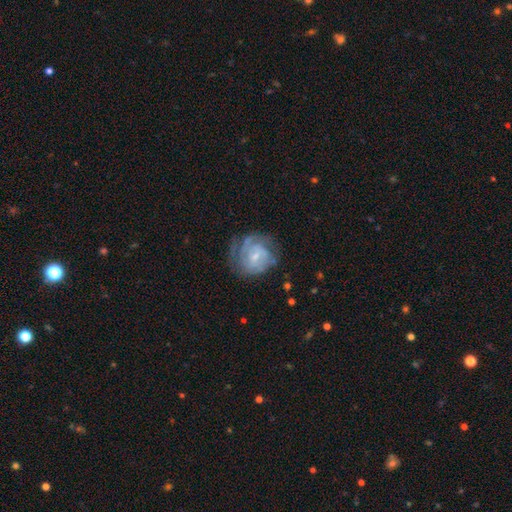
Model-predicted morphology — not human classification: A featured or disk galaxy (69%) with a weak bar (50%), tight (56%) spiral arms (80%) and a small central bulge (59%).

Vote fractions:
- Smooth or featured? featured or disk: 69% / smooth: 24% / star or artifact: 7%
- Edge-on disk? no: 98% / yes: 2%
- Bar? weak: 50% / no: 41% / strong: 9%
- Spiral arms? yes: 80% / no: 20%
- Spiral winding? tight: 56% / medium: 33% / loose: 12%
- Spiral arm count? can't tell: 45% / 2: 28% / 3: 12% / 1: 8% / 4: 5% / more than 4: 3%
- Bulge size? small: 59% / moderate: 31% / none: 8% / large: 2% / dominant: 1%
- Merging? none: 55% / minor disturbance: 25% / major disturbance: 18% / merger: 2%